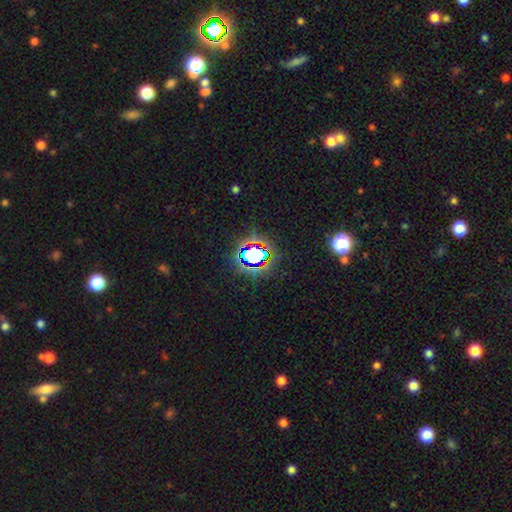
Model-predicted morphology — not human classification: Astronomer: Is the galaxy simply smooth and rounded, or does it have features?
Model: star or artifact — 68%.